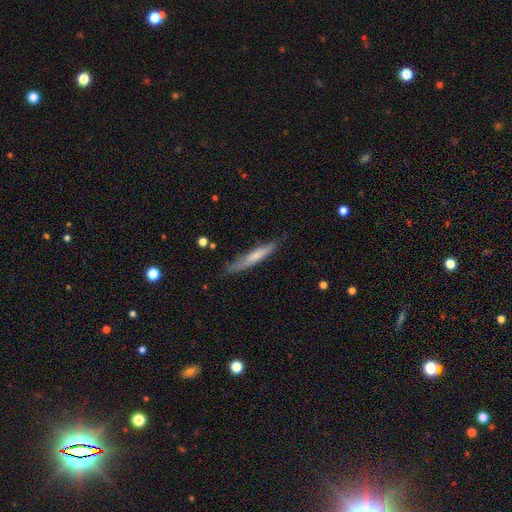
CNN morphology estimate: smooth_or_featured: smooth (p=0.59) [alt: featured or disk p=0.36]
how_rounded: cigar-shaped (p=0.93) [alt: in between p=0.05]
merging: none (p=0.78) [alt: minor disturbance p=0.17]